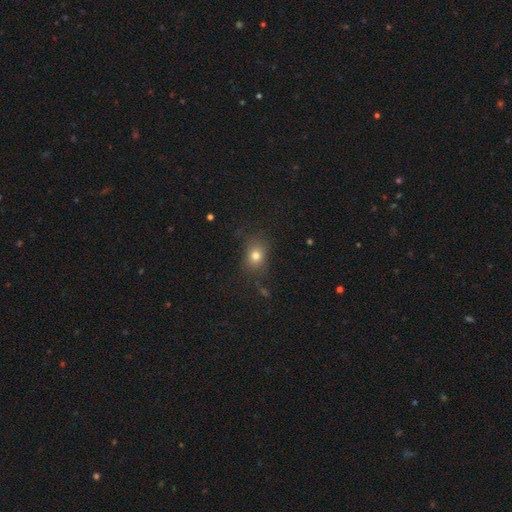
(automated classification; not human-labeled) Q: Smooth or featured?
A: smooth (76%); runner-up: star or artifact (14%)
Q: How rounded?
A: round (55%); runner-up: in between (44%)
Q: Merging?
A: none (75%); runner-up: minor disturbance (16%)